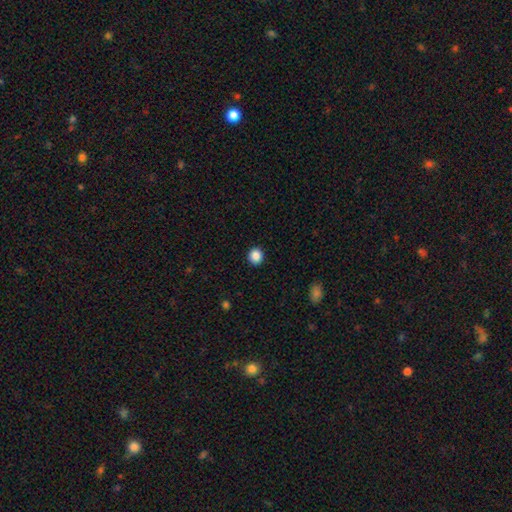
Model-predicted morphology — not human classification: A smooth galaxy with no disk features (88%) that is round (89%).

Vote fractions:
- Smooth or featured? smooth: 88% / star or artifact: 10% / featured or disk: 3%
- How rounded? round: 89% / in between: 10% / cigar-shaped: 1%
- Merging? none: 93% / minor disturbance: 5% / major disturbance: 2% / merger: 1%